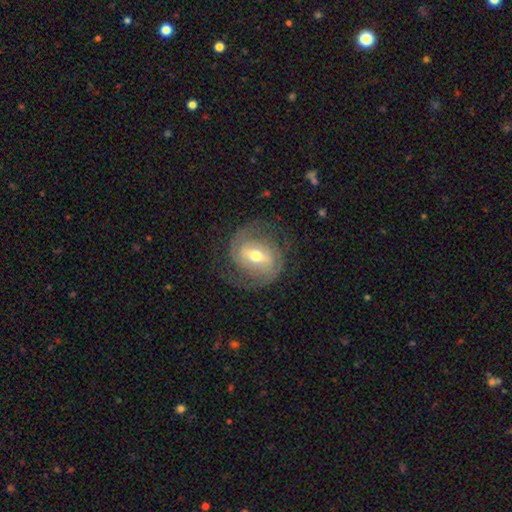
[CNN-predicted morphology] Q: Smooth or featured?
A: featured or disk (83%); runner-up: smooth (11%)
Q: Edge-on disk?
A: no (97%); runner-up: yes (3%)
Q: Bar?
A: weak (45%); runner-up: strong (34%)
Q: Spiral arms?
A: yes (93%); runner-up: no (7%)
Q: Spiral winding?
A: medium (44%); runner-up: tight (40%)
Q: Spiral arm count?
A: 2 (85%); runner-up: can't tell (7%)
Q: Bulge size?
A: moderate (70%); runner-up: small (23%)
Q: Merging?
A: none (74%); runner-up: minor disturbance (15%)